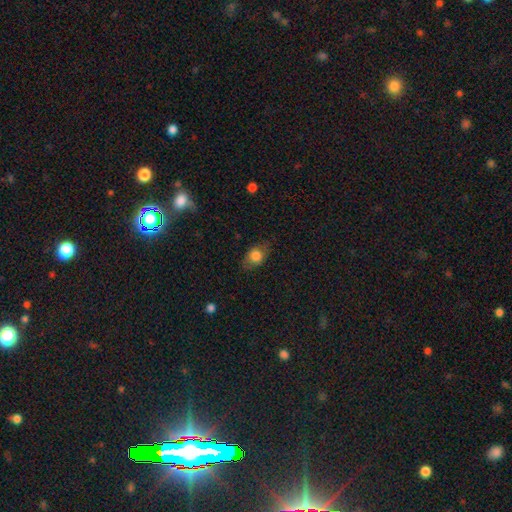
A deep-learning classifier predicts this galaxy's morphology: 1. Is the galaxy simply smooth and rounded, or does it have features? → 74% smooth, 17% featured or disk, 9% star or artifact.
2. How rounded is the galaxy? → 70% in between, 27% round, 3% cigar-shaped.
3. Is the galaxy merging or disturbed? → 75% none, 18% minor disturbance, 6% major disturbance, 1% merger.